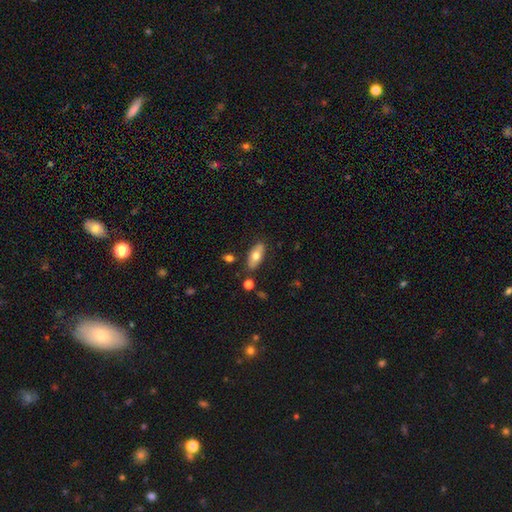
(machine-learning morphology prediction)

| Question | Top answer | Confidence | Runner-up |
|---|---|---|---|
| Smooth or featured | smooth | 66% | featured or disk (27%) |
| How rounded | in between | 84% | cigar-shaped (13%) |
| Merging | none | 82% | minor disturbance (12%) |